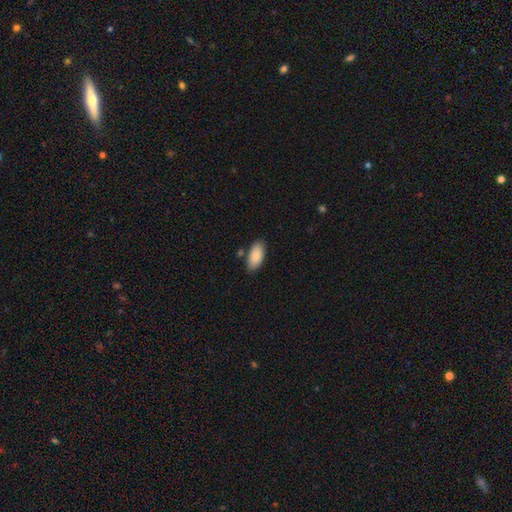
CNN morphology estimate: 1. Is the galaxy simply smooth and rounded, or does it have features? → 87% smooth, 7% featured or disk, 6% star or artifact.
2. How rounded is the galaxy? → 93% in between, 6% cigar-shaped, 2% round.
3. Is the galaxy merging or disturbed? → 81% none, 12% minor disturbance, 5% merger, 2% major disturbance.